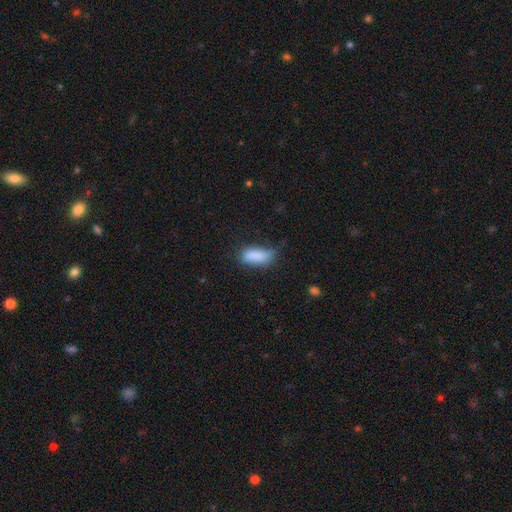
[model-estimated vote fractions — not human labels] This is clearly a smooth galaxy (85%). How rounded: likely in between (80%). Merging: possibly none (52%).